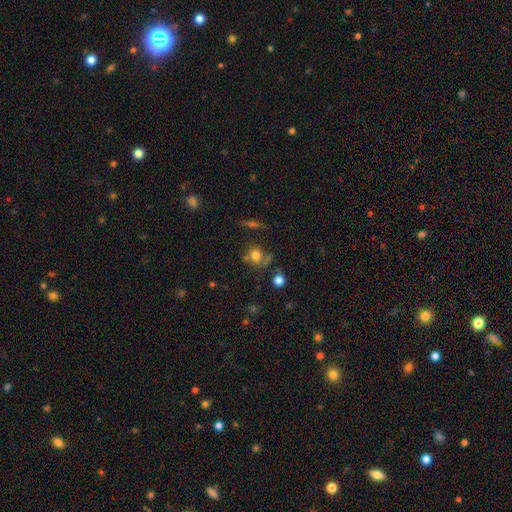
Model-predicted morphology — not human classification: smooth-or-featured: smooth: 71% | star or artifact: 16% | featured or disk: 13%
  how-rounded: round: 75% | in between: 23% | cigar-shaped: 2%
  merging: none: 57% | minor disturbance: 17% | merger: 16% | major disturbance: 10%